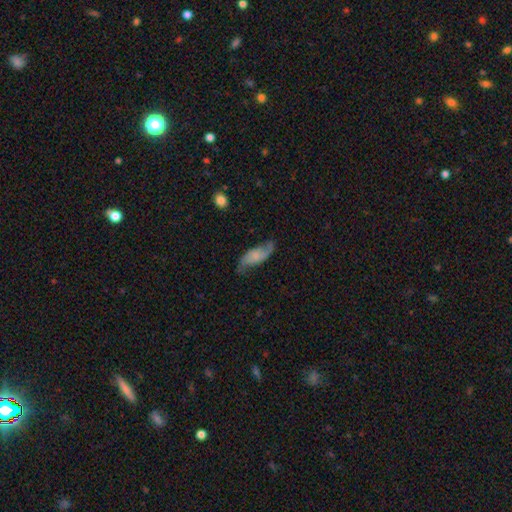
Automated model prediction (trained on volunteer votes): This is likely a featured or disk galaxy (60%). It is clearly not viewed edge-on (91%). Bar: likely no (62%). Spiral arm pattern: clearly yes (92%). Spiral arm count: clearly 2 (89%). Spiral winding: likely loose (68%). Central bulge: marginally none (42%). Merging: likely none (67%).